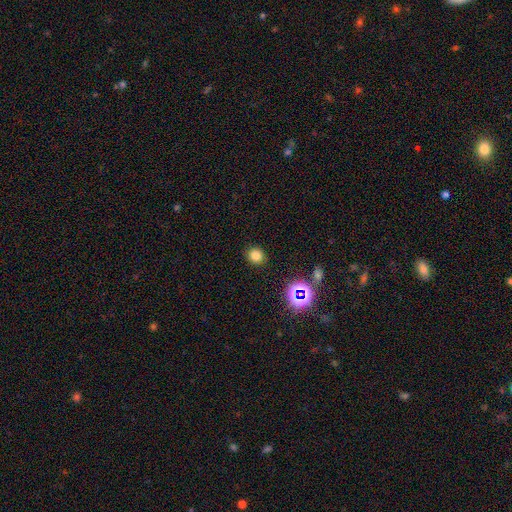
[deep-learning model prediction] This appears to be a smooth galaxy with no disk features (77%) that is round (77%). Merging: none (89%).